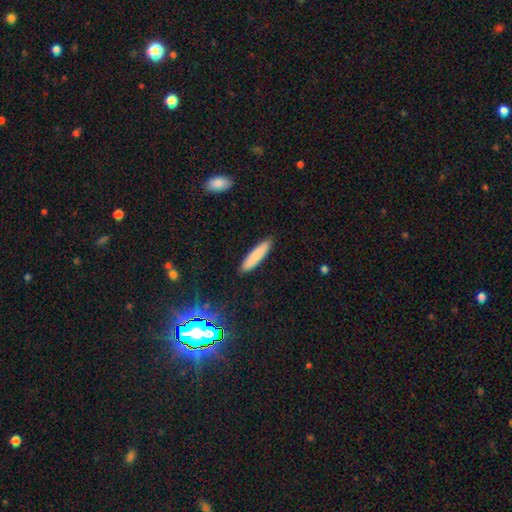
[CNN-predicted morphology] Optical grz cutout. It shows a smooth galaxy with no disk features (84%) that is cigar-shaped (80%). Merging: none (90%).